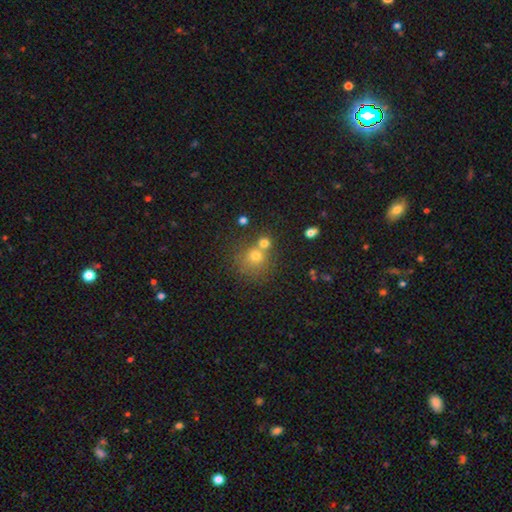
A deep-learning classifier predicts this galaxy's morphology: Smooth or featured: smooth — 69% (star or artifact — 17%)
How rounded: round — 85% (in between — 14%)
Merging: none — 52% (merger — 35%)